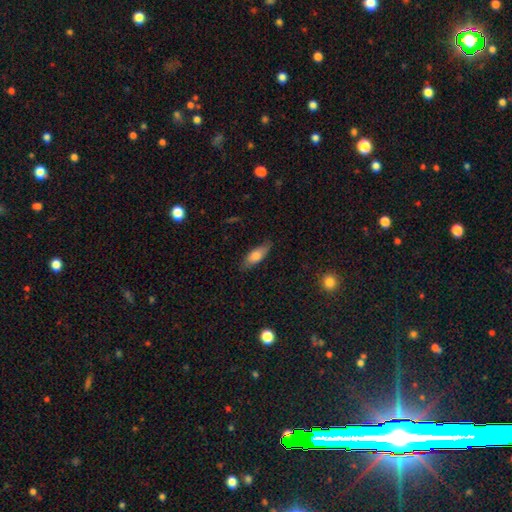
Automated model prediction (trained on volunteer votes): smooth-or-featured: smooth: 73% | featured or disk: 21% | star or artifact: 7%
  how-rounded: in between: 70% | cigar-shaped: 27% | round: 3%
  merging: none: 79% | minor disturbance: 16% | major disturbance: 3% | merger: 1%